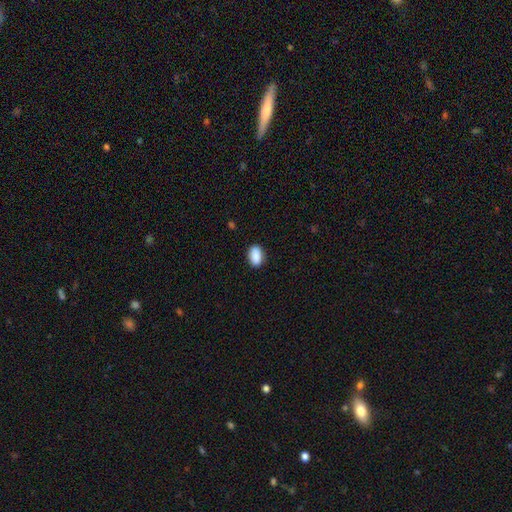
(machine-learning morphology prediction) smooth 90%, star or artifact 7%, featured or disk 3%. Down the decision tree: how rounded — in between (89%); merging — none (87%).